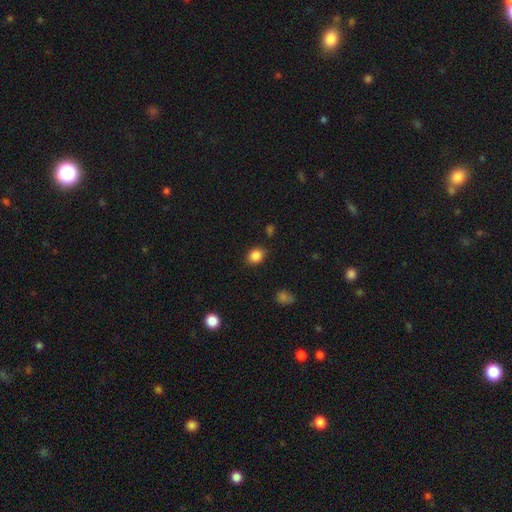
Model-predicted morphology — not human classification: Q: Smooth or featured?
A: smooth (86%); runner-up: star or artifact (10%)
Q: How rounded?
A: round (52%); runner-up: in between (47%)
Q: Merging?
A: none (85%); runner-up: minor disturbance (10%)